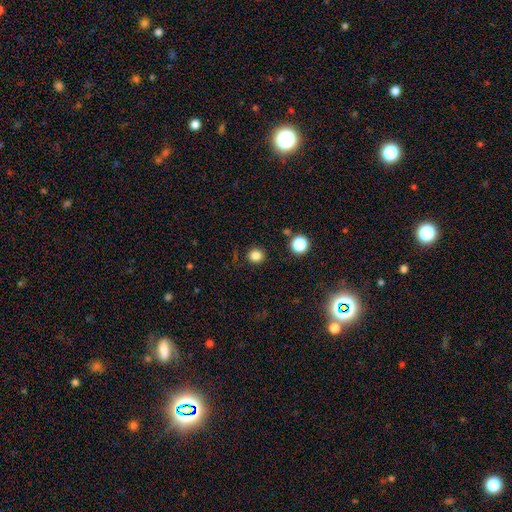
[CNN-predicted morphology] Q: Smooth or featured?
A: smooth (83%); runner-up: star or artifact (13%)
Q: How rounded?
A: round (92%); runner-up: in between (7%)
Q: Merging?
A: none (89%); runner-up: minor disturbance (7%)